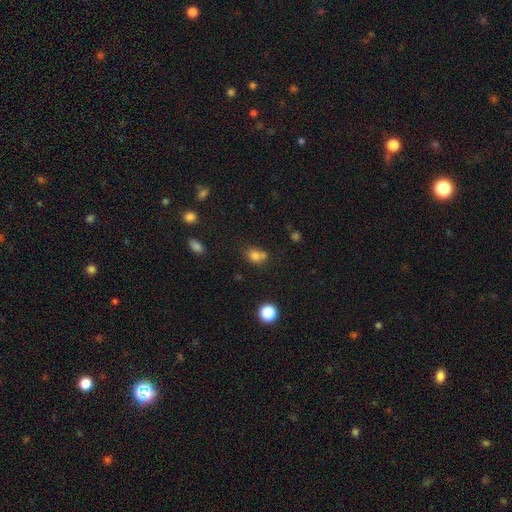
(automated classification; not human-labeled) Smooth or featured: smooth — 76% (star or artifact — 14%)
How rounded: round — 54% (in between — 44%)
Merging: none — 46% (merger — 35%)